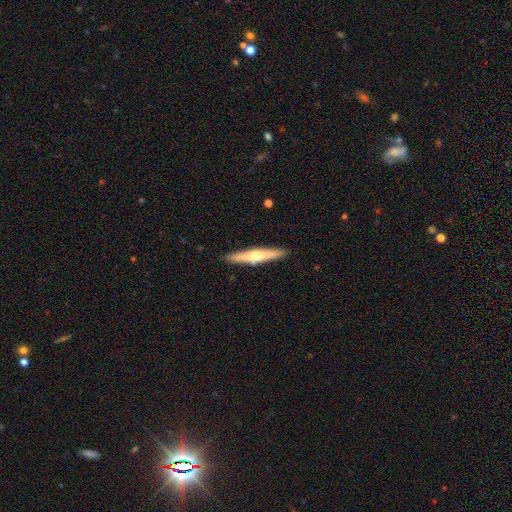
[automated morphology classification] Q: Smooth or featured?
A: featured or disk (57%); runner-up: smooth (37%)
Q: Edge-on disk?
A: yes (95%); runner-up: no (5%)
Q: Edge-on bulge?
A: rounded (89%); runner-up: none (8%)
Q: Merging?
A: none (90%); runner-up: minor disturbance (7%)